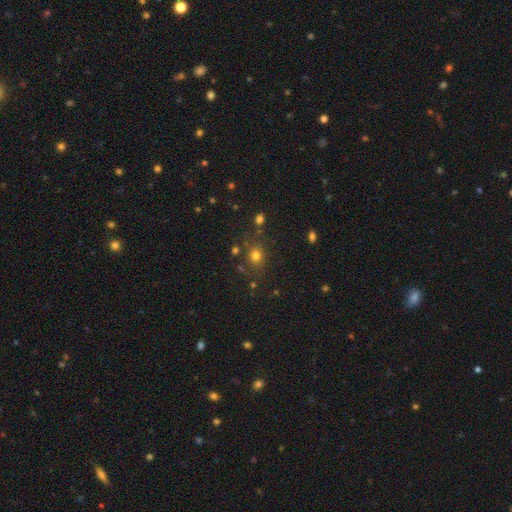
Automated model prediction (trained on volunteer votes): Q: Smooth or featured?
A: smooth (73%); runner-up: star or artifact (19%)
Q: How rounded?
A: round (72%); runner-up: in between (27%)
Q: Merging?
A: none (76%); runner-up: minor disturbance (12%)